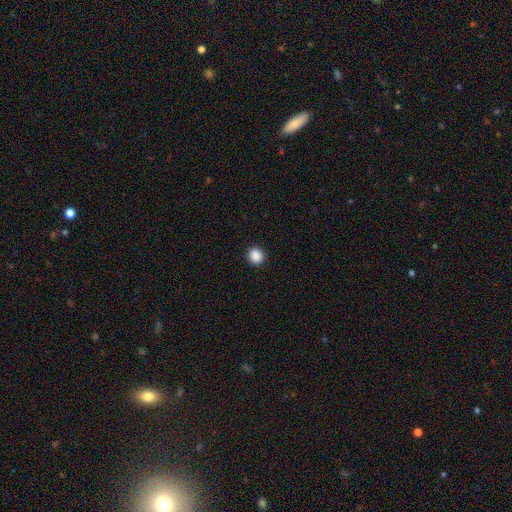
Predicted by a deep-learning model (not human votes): smooth-or-featured: smooth: 89% | star or artifact: 9% | featured or disk: 2%
  how-rounded: round: 85% | in between: 14% | cigar-shaped: 1%
  merging: none: 92% | minor disturbance: 5% | major disturbance: 2% | merger: 1%